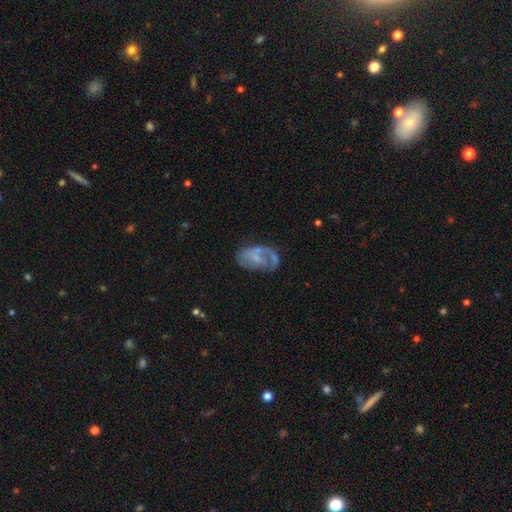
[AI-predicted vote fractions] A featured or disk galaxy (64%) with no bar (59%), spiral arms (68%) and a small central bulge (38%, tied with none).

Vote fractions:
- Smooth or featured? featured or disk: 64% / smooth: 28% / star or artifact: 7%
- Edge-on disk? no: 97% / yes: 3%
- Bar? no: 59% / weak: 33% / strong: 8%
- Spiral arms? yes: 68% / no: 32%
- Bulge size? small: 38% (tied) / none: 38% (tied) / moderate: 20% / large: 3% / dominant: 1%
- Merging? none: 43% / major disturbance: 26% / minor disturbance: 25% / merger: 5%